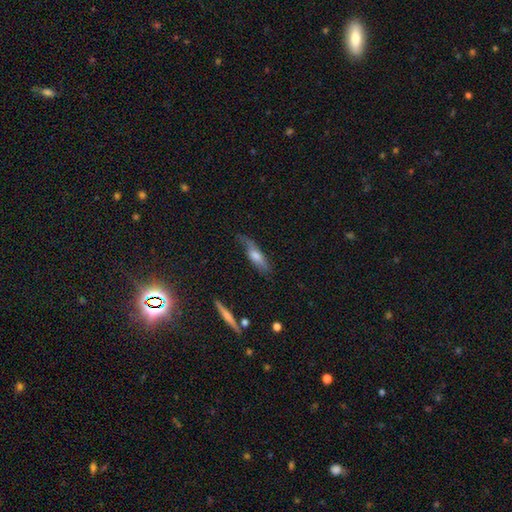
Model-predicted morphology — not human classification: Overall: smooth (53%; featured or disk 40%). How rounded: cigar-shaped (56%; in between 41%). Merging: none (53%; minor disturbance 31%).